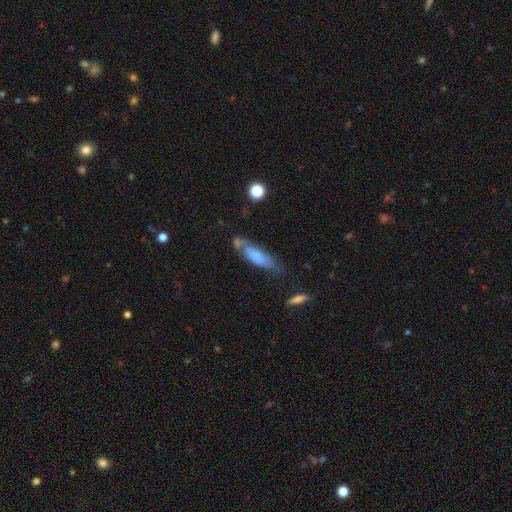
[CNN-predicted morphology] A smooth galaxy with no disk features (54%) that is in between round and cigar-shaped (50%). Merging: none (48%).